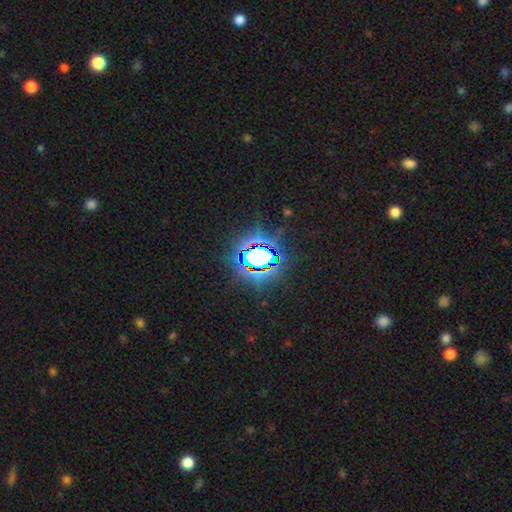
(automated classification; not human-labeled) Smooth or featured? Predicted: star or artifact (p=0.74).